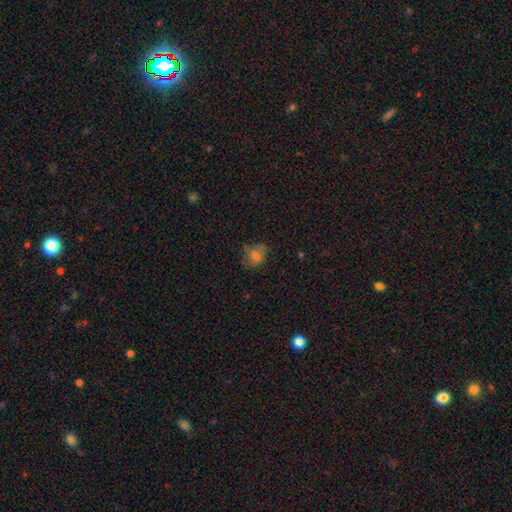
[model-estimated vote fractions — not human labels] Smooth or featured: smooth — 61% (featured or disk — 25%)
How rounded: in between — 56% (round — 43%)
Merging: none — 58% (minor disturbance — 26%)